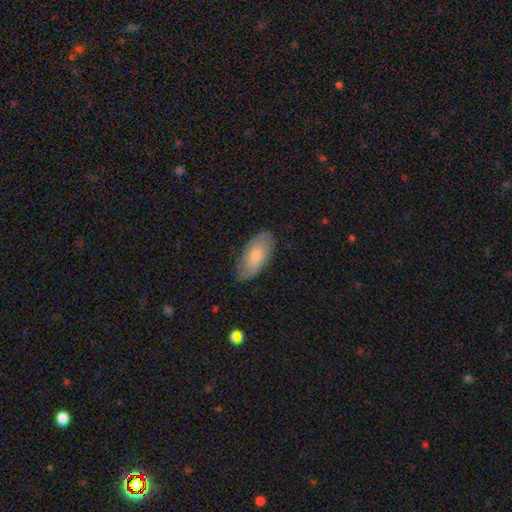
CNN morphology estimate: smooth_or_featured: smooth (p=0.66) [alt: featured or disk p=0.28]
how_rounded: in between (p=0.92) [alt: cigar-shaped p=0.06]
merging: none (p=0.80) [alt: minor disturbance p=0.16]